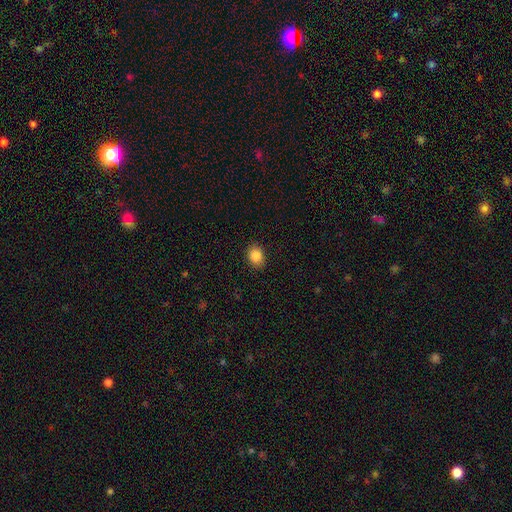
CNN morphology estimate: Smooth or featured? smooth (86%)
How rounded? in between (56%)
Merging? none (89%)